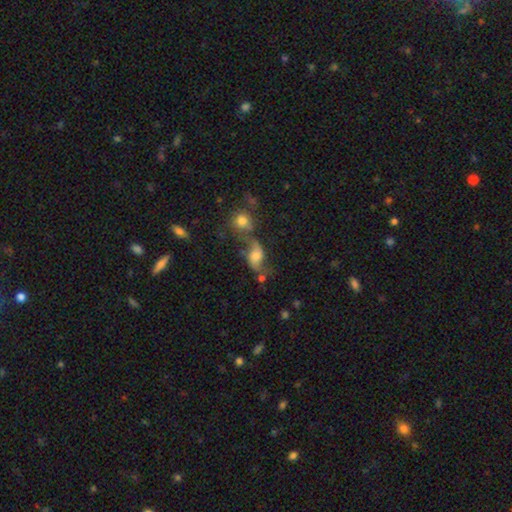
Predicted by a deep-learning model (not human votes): Morphology: type=featured or disk (58%); edge-on=no (94%); bar=no (60%); spiral arms=yes (86%); bulge=moderate (46%); merging=none (39%).